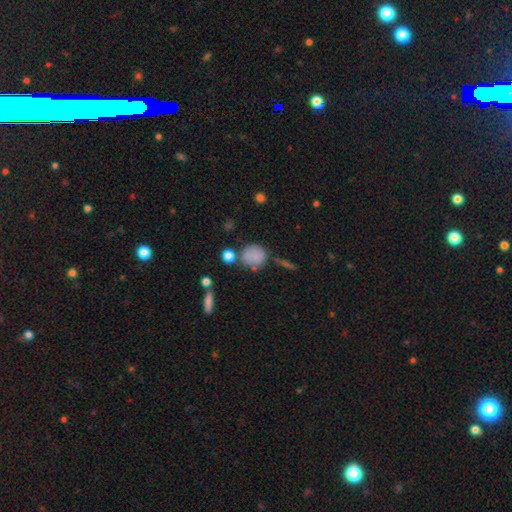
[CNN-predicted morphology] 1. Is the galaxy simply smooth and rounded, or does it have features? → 79% smooth, 11% star or artifact, 10% featured or disk.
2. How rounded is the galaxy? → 81% round, 17% in between, 2% cigar-shaped.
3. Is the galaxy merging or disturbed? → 57% none, 21% minor disturbance, 13% merger, 8% major disturbance.